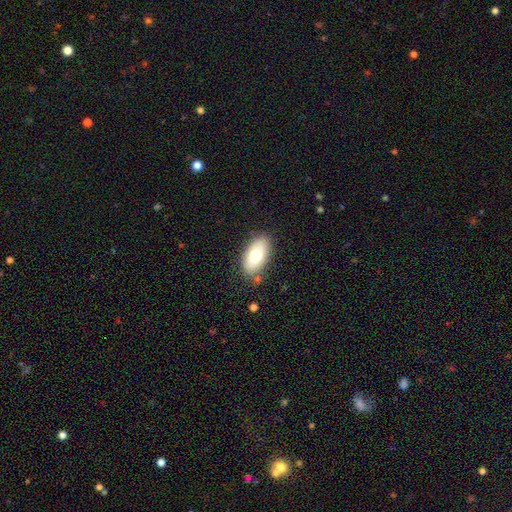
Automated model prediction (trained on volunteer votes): Morphology: type=smooth (73%); roundness=in between (93%); merging=none (82%).